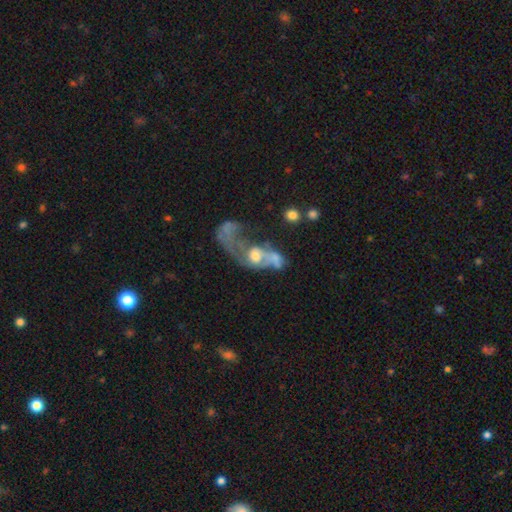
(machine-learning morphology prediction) Smooth or featured?
  - featured or disk: 66% *
  - smooth: 25%
  - star or artifact: 9%
Edge-on disk?
  - no: 96% *
  - yes: 4%
Bar?
  - no: 75% *
  - weak: 20%
  - strong: 5%
Spiral arms?
  - yes: 57% *
  - no: 43%
Bulge size?
  - moderate: 56% *
  - small: 20%
  - large: 16%
  - none: 6%
  - dominant: 3%
Merging?
  - major disturbance: 42% *
  - merger: 39%
  - none: 11%
  - minor disturbance: 7%